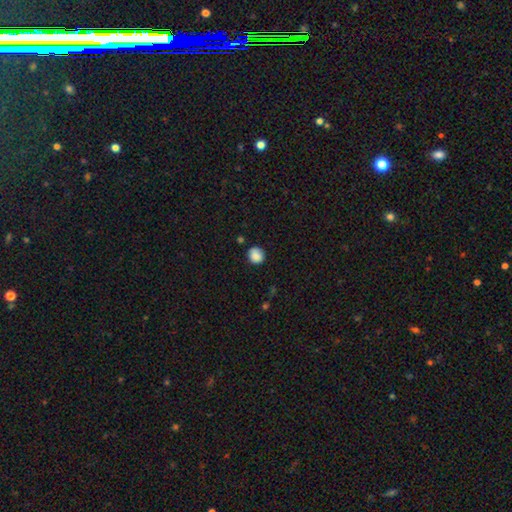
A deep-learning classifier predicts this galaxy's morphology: Overall: smooth (87%). How rounded: round (85%). Merging: none (79%).